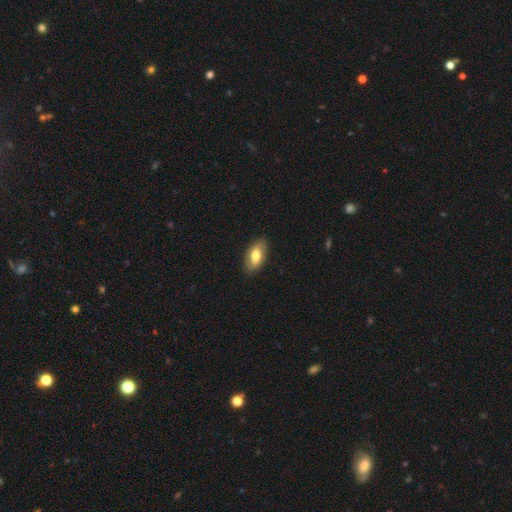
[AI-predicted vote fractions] Smooth or featured: smooth — 68% (featured or disk — 26%)
How rounded: in between — 92% (cigar-shaped — 4%)
Merging: none — 85% (minor disturbance — 11%)